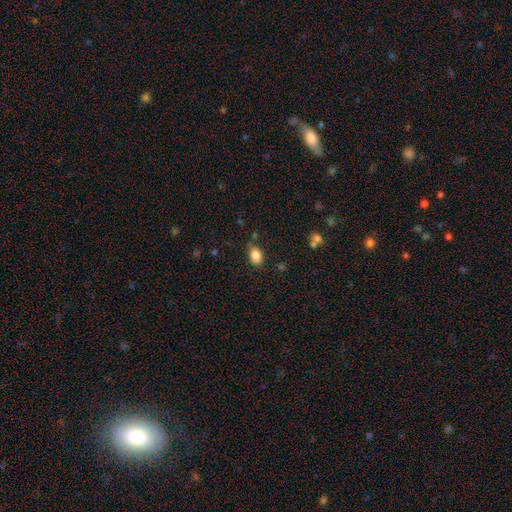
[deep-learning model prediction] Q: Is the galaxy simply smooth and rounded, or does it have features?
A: smooth — 86%.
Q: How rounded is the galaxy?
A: in between — 78%.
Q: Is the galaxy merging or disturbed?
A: none — 79%.